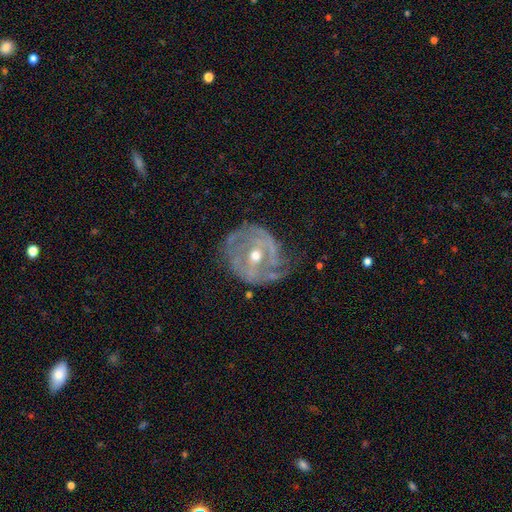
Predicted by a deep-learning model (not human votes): The model was most divided on "spiral arm count": can't tell: 34%, 2: 33%, 3: 15%, 1: 7%, 4: 6%, more than 4: 5%. Remaining: edge-on disk — no (96%); smooth or featured — featured or disk (84%); spiral arms — yes (84%); bulge size — moderate (66%); merging — none (56%); spiral winding — tight (54%); bar — no (42%).